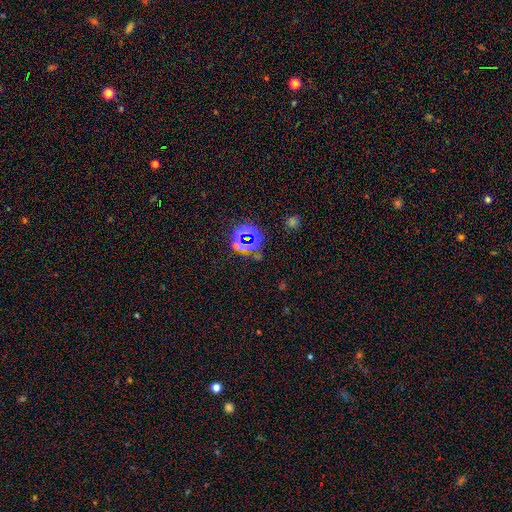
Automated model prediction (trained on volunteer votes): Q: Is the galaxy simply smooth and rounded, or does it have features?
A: star or artifact — 71%.